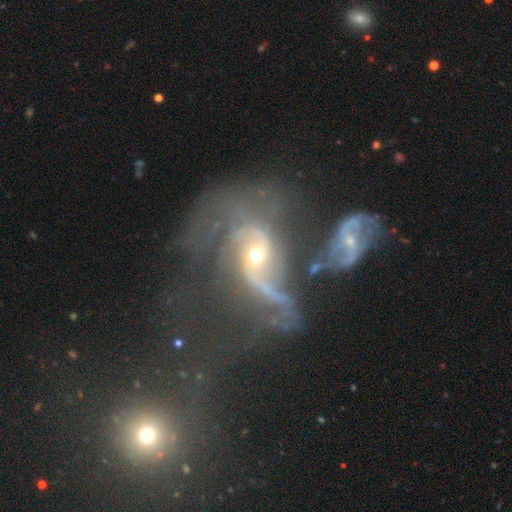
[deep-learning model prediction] Smooth or featured? Predicted: featured or disk (p=0.82). Edge-on disk? Predicted: no (p=0.97). Bar? Predicted: no (p=0.53). Spiral arms? Predicted: yes (p=0.92). Spiral winding? Predicted: loose (p=0.54). Spiral arm count? Predicted: 2 (p=0.60). Bulge size? Predicted: small (p=0.68). Merging? Predicted: merger (p=0.37).